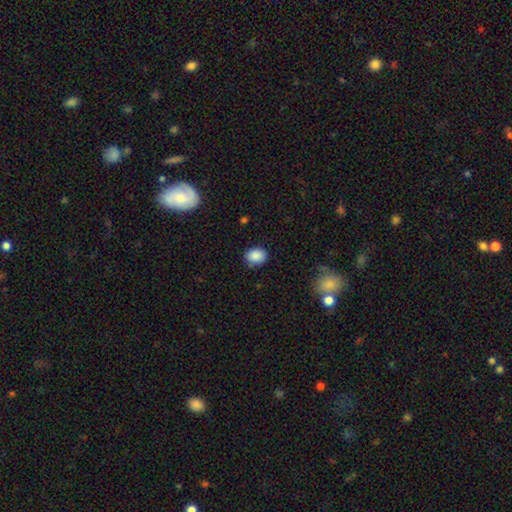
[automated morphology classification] A smooth galaxy with no disk features (88%) that is in between round and cigar-shaped (57%).

Vote fractions:
- Smooth or featured? smooth: 88% / star or artifact: 8% / featured or disk: 4%
- How rounded? in between: 57% / round: 42% / cigar-shaped: 1%
- Merging? none: 83% / minor disturbance: 13% / major disturbance: 3% / merger: 2%